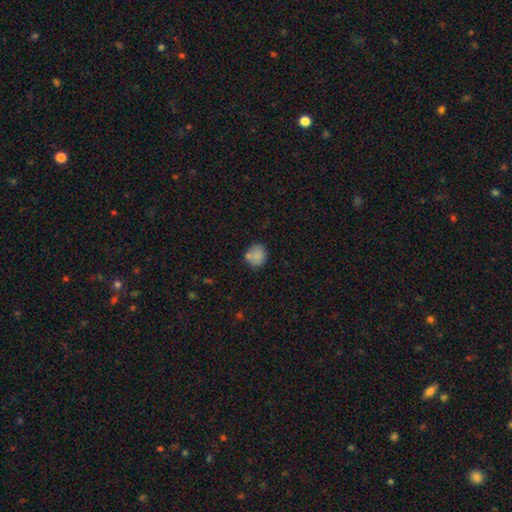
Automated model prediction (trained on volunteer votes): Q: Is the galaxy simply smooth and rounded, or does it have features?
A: smooth — 81%.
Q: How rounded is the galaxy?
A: round — 79%.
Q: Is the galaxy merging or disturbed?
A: none — 63%.